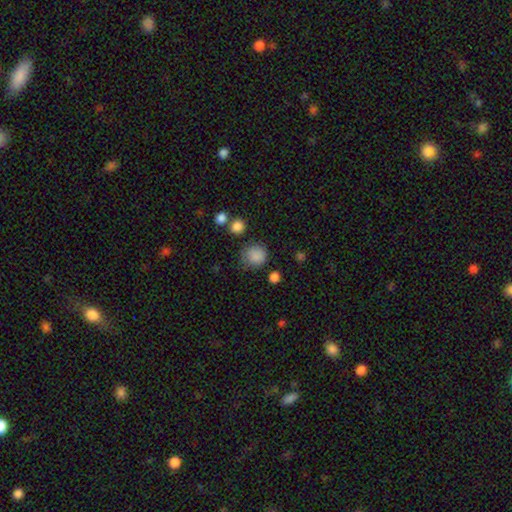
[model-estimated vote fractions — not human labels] Smooth or featured?
  - smooth: 85% *
  - star or artifact: 11%
  - featured or disk: 5%
How rounded?
  - round: 86% *
  - in between: 13%
  - cigar-shaped: 1%
Merging?
  - none: 71% *
  - minor disturbance: 19%
  - major disturbance: 7%
  - merger: 4%